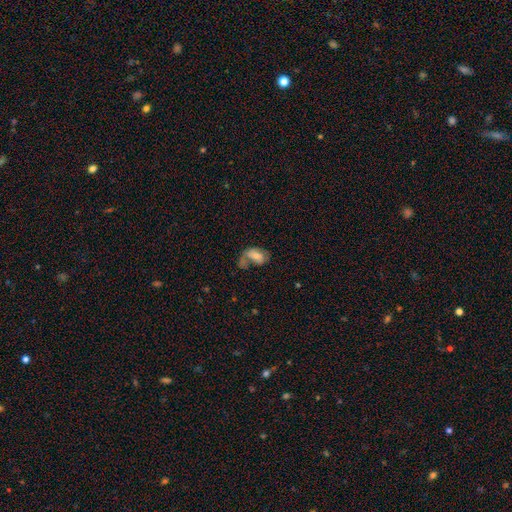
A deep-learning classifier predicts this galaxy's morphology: smooth-or-featured: smooth: 53% | featured or disk: 37% | star or artifact: 9%
  how-rounded: in between: 88% | round: 10% | cigar-shaped: 2%
  merging: major disturbance: 39% | none: 25% | minor disturbance: 20% | merger: 16%